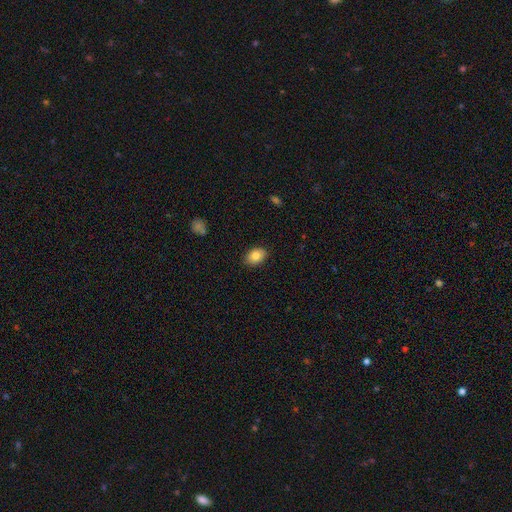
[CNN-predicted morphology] smooth_or_featured: smooth (p=0.83) [alt: featured or disk p=0.10]
how_rounded: in between (p=0.82) [alt: round p=0.17]
merging: none (p=0.88) [alt: minor disturbance p=0.09]